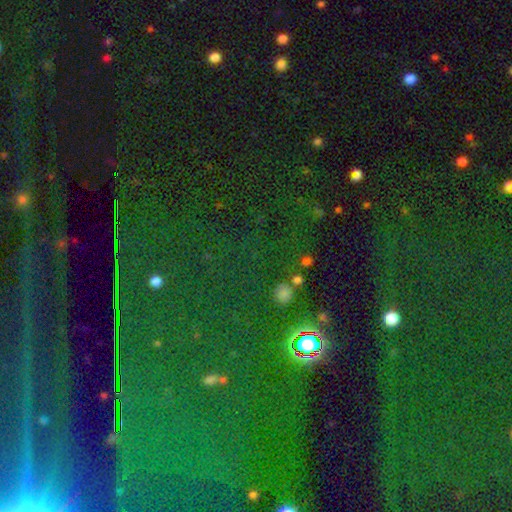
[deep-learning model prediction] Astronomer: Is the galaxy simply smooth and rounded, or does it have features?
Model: star or artifact — 81%.